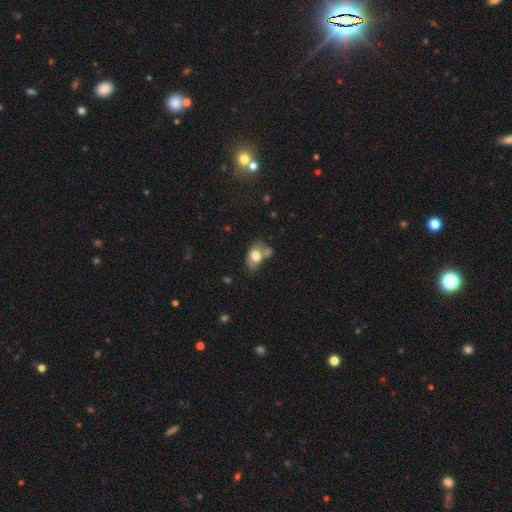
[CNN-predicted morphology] This appears to be a smooth galaxy with no disk features (68%) that is in between round and cigar-shaped (79%). Merging: none (37%).